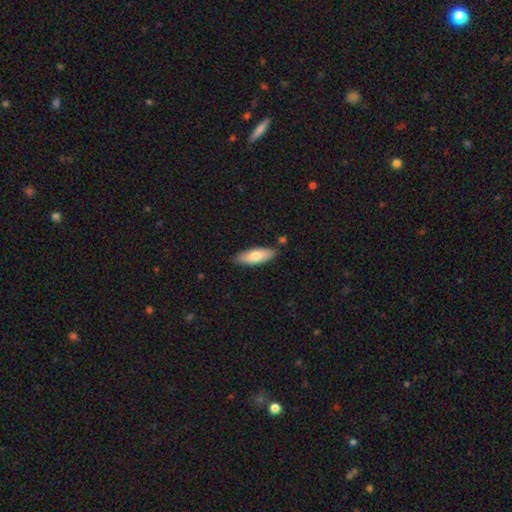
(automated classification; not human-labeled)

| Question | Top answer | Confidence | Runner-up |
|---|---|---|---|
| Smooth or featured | smooth | 74% | featured or disk (20%) |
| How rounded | in between | 66% | cigar-shaped (32%) |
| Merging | none | 82% | minor disturbance (13%) |